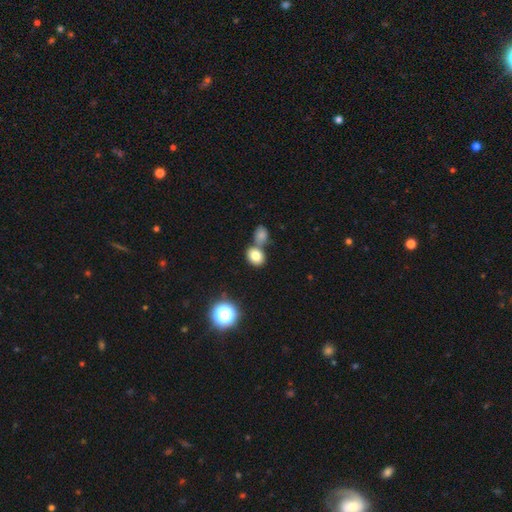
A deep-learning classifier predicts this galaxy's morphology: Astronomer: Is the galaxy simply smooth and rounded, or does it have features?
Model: smooth — 80%.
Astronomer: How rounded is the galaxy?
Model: round — 51% (runner-up: in between, 48%).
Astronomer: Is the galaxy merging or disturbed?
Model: none — 53% (runner-up: merger, 34%).